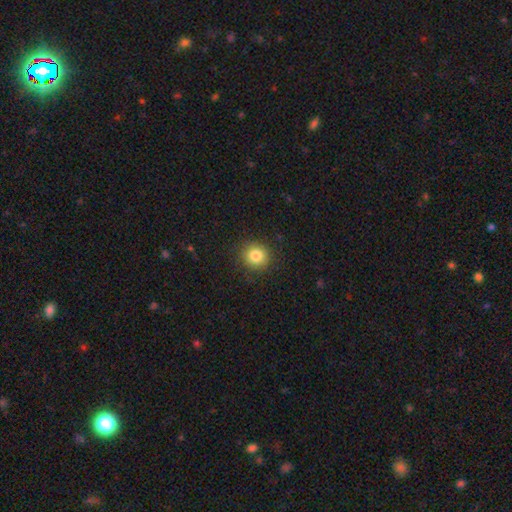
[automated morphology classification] This is clearly a smooth galaxy (83%). How rounded: clearly round (88%). Merging: clearly none (89%).